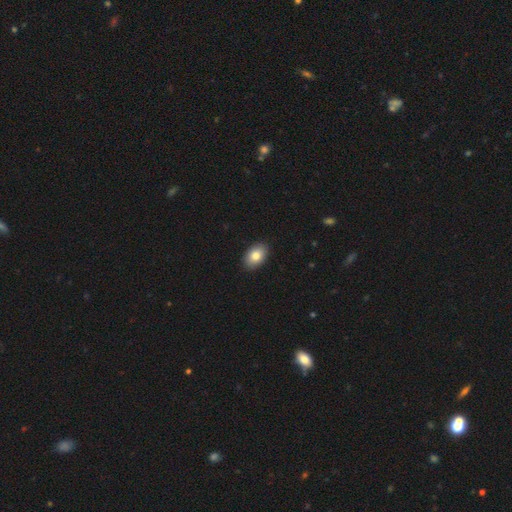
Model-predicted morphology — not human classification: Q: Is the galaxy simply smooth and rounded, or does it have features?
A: smooth — 81%.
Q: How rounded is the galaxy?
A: in between — 88%.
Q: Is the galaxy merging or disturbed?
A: none — 90%.